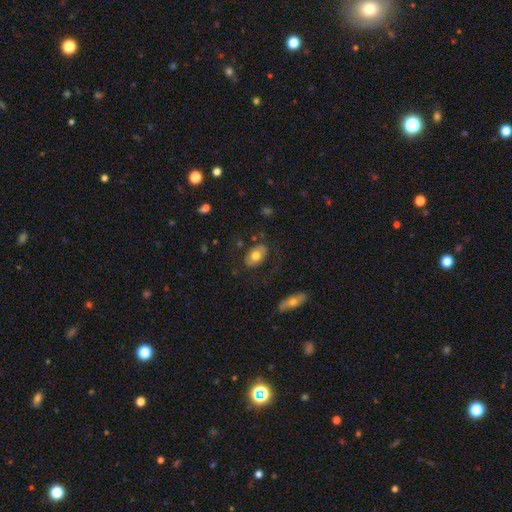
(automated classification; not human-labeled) Smooth or featured?
  - smooth: 63% *
  - featured or disk: 30%
  - star or artifact: 7%
How rounded?
  - in between: 84% *
  - round: 15%
  - cigar-shaped: 1%
Merging?
  - none: 79% *
  - minor disturbance: 14%
  - major disturbance: 5%
  - merger: 2%